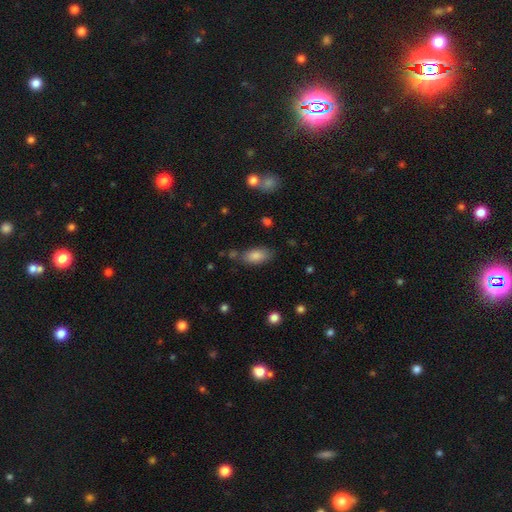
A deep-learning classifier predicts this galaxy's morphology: Smooth or featured: smooth — 85% (featured or disk — 8%)
How rounded: in between — 90% (cigar-shaped — 7%)
Merging: none — 73% (minor disturbance — 17%)